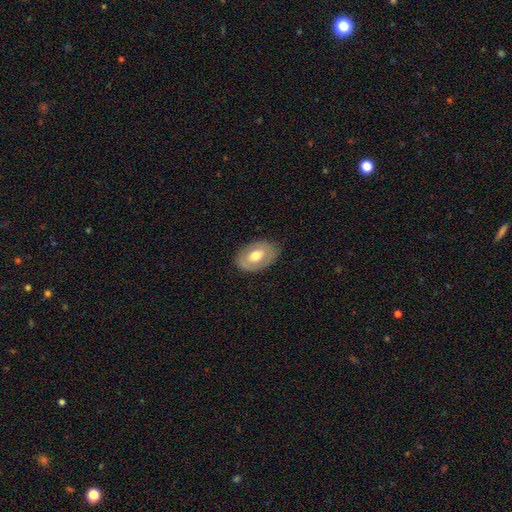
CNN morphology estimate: Q: Smooth or featured?
A: smooth (50%); runner-up: featured or disk (44%)
Q: How rounded?
A: in between (84%); runner-up: round (15%)
Q: Merging?
A: none (79%); runner-up: minor disturbance (16%)